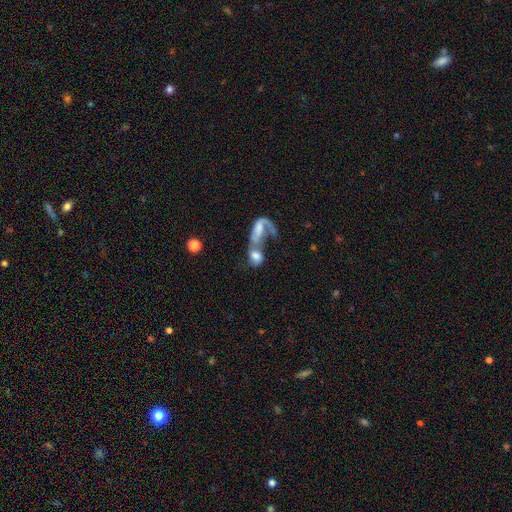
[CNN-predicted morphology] Smooth or featured? smooth (51%)
How rounded? in between (74%)
Merging? merger (74%)